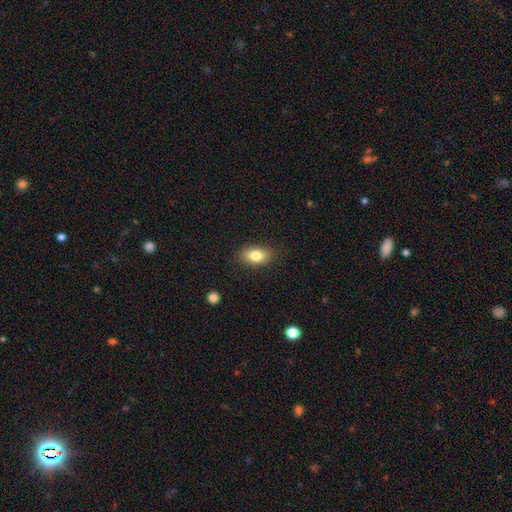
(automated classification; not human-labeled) Smooth or featured? smooth (80%)
How rounded? in between (86%)
Merging? none (86%)